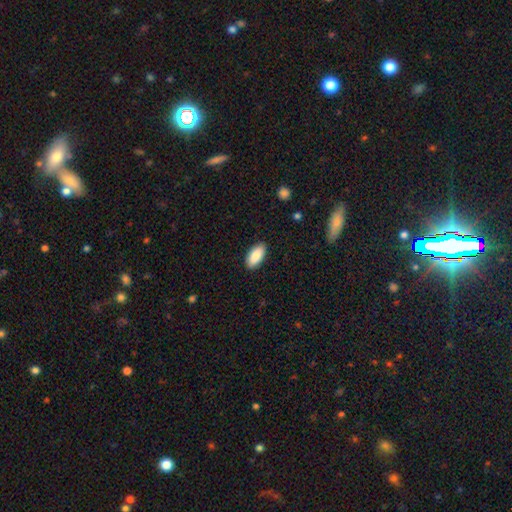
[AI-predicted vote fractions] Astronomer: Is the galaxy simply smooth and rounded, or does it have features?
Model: smooth — 88%.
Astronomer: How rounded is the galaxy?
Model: in between — 92%.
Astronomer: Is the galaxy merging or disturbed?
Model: none — 89%.